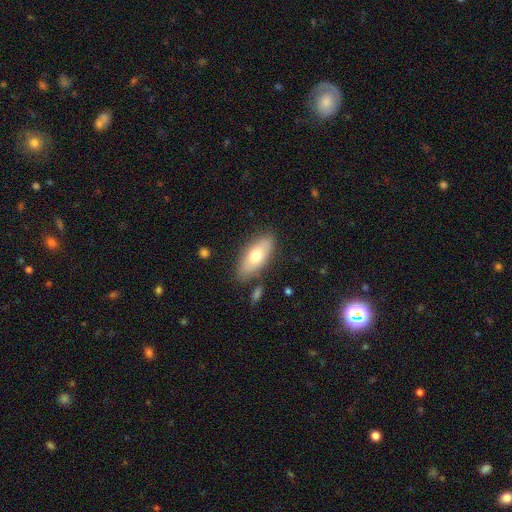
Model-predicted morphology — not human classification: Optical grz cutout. It shows a smooth galaxy with no disk features (69%) that is in between round and cigar-shaped (83%). Merging: none (81%).